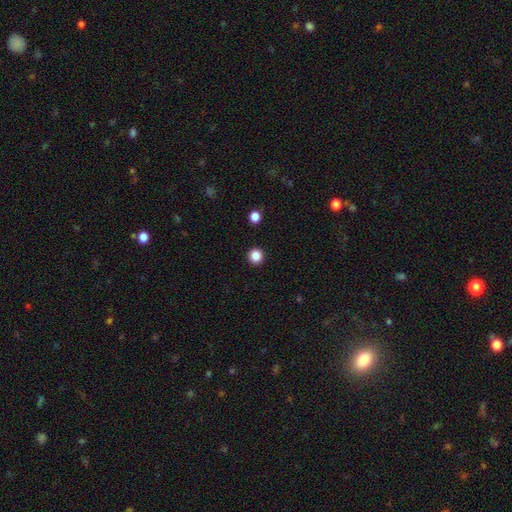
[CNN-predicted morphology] This is clearly a smooth galaxy (86%). How rounded: clearly round (95%). Merging: clearly none (93%).